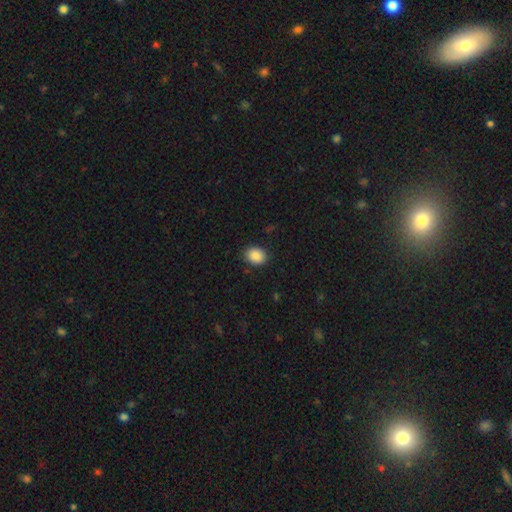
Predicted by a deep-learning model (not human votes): Smooth or featured? smooth (88%)
How rounded? in between (52%)
Merging? none (87%)